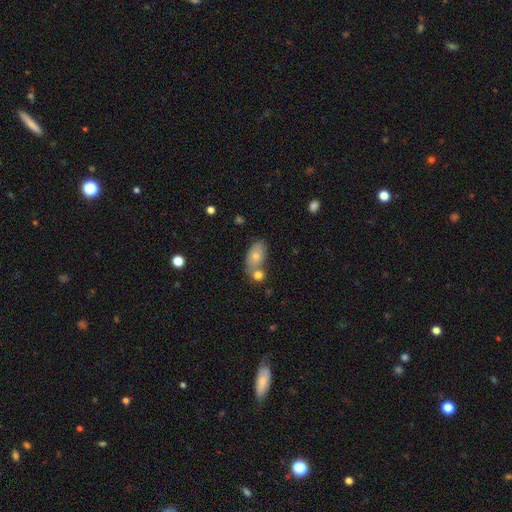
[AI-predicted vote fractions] Q: Smooth or featured?
A: smooth (74%); runner-up: featured or disk (18%)
Q: How rounded?
A: in between (89%); runner-up: round (8%)
Q: Merging?
A: none (46%); runner-up: merger (36%)